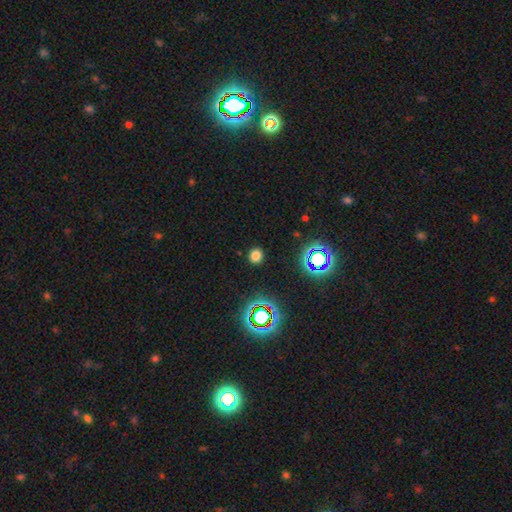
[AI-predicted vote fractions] Smooth or featured: smooth — 74% (star or artifact — 21%)
How rounded: round — 86% (in between — 13%)
Merging: none — 90% (minor disturbance — 6%)